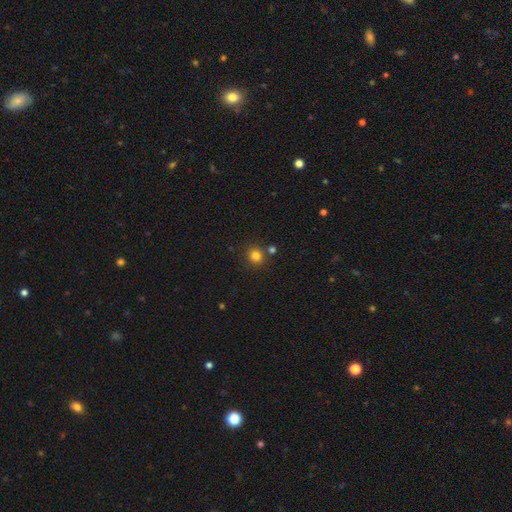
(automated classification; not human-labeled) A smooth galaxy with no disk features (81%) that is round (90%).

Vote fractions:
- Smooth or featured? smooth: 81% / star or artifact: 13% / featured or disk: 5%
- How rounded? round: 90% / in between: 10% / cigar-shaped: 1%
- Merging? none: 80% / merger: 9% / minor disturbance: 8% / major disturbance: 2%